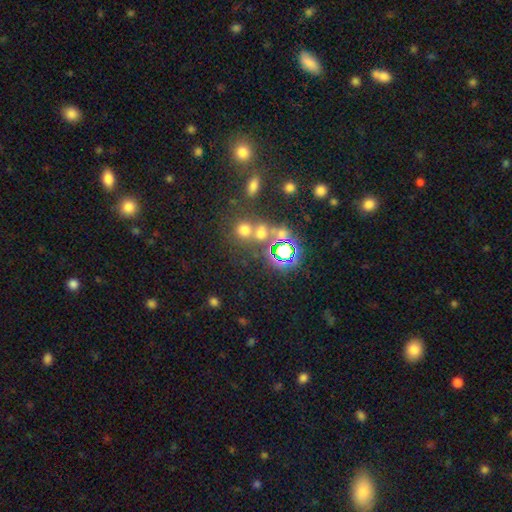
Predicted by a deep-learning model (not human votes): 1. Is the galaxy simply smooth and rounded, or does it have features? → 64% star or artifact, 27% smooth, 9% featured or disk.